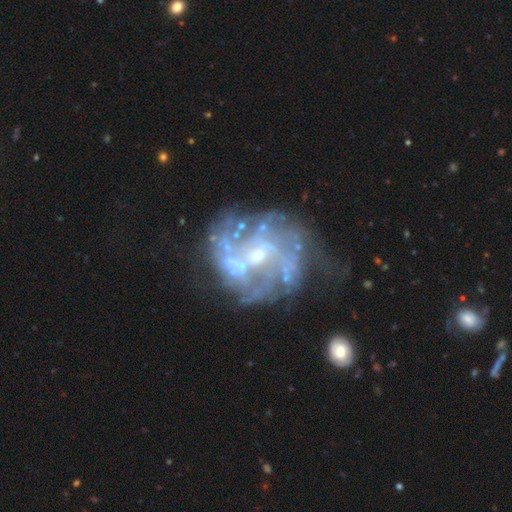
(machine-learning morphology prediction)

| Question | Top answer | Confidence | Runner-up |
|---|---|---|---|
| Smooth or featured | featured or disk | 82% | star or artifact (9%) |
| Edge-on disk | no | 98% | yes (2%) |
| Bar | no | 46% | weak (41%) |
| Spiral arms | yes | 72% | no (28%) |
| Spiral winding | medium | 39% | tight (35%) |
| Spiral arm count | can't tell | 44% | 2 (24%) |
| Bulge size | small | 47% | moderate (41%) |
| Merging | none | 50% | major disturbance (22%) |